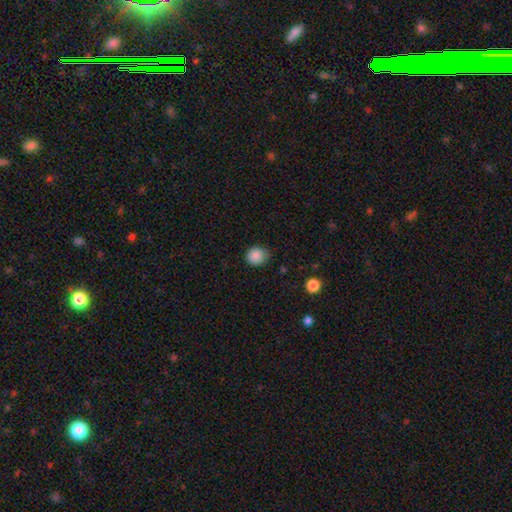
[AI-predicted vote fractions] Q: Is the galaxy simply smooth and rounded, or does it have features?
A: smooth — 88%.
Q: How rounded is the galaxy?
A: round — 85%.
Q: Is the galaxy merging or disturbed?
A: none — 75%.